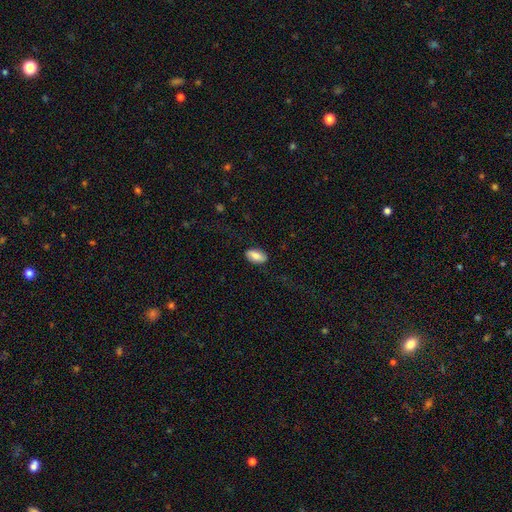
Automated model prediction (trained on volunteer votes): smooth 81%, featured or disk 13%, star or artifact 7%. Down the decision tree: how rounded — in between (93%); merging — none (85%).